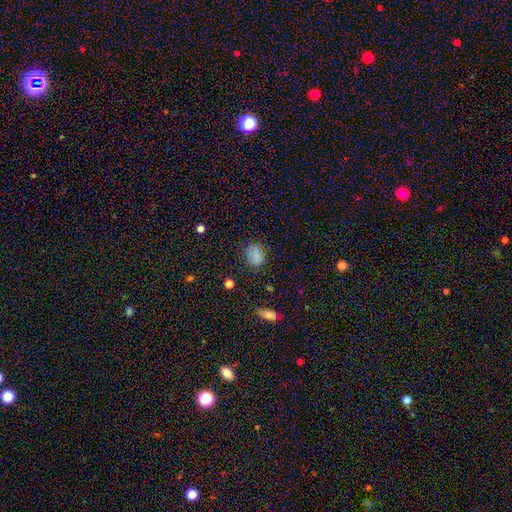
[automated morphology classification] This appears to be a smooth galaxy with no disk features (81%) that is in between round and cigar-shaped (56%). Merging: none (74%).